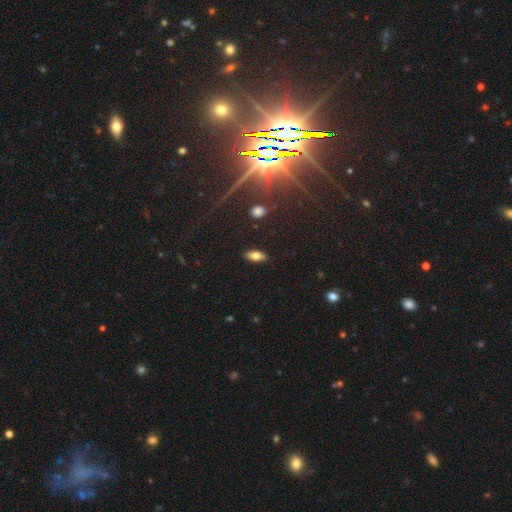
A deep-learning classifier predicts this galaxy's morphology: Overall: smooth (74%). How rounded: in between (85%). Merging: none (88%).